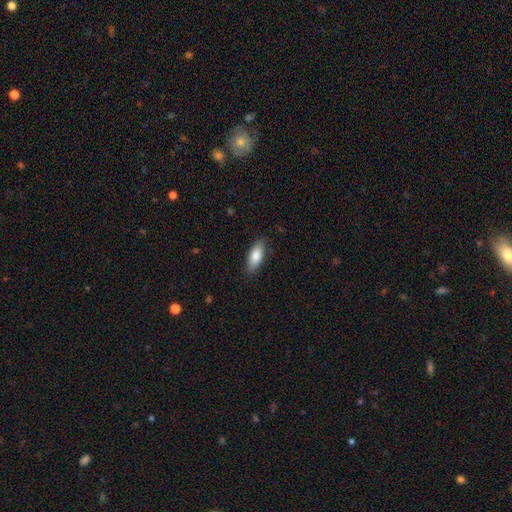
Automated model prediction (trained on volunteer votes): Overall: smooth (82%). How rounded: in between (74%). Merging: none (86%).